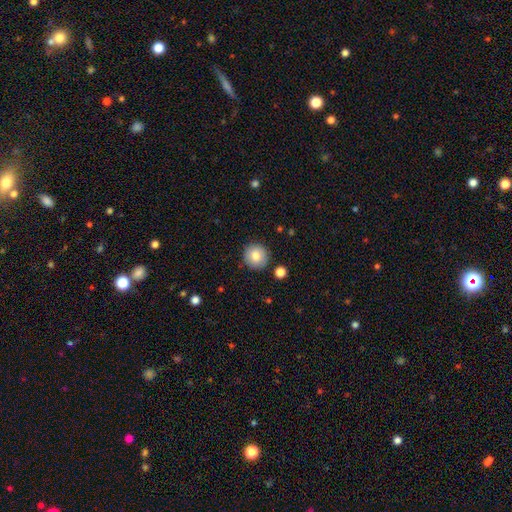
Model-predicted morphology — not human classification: Smooth or featured? smooth (82%)
How rounded? round (95%)
Merging? none (89%)